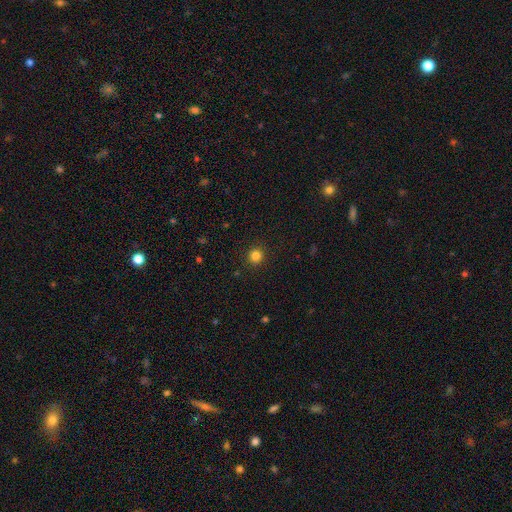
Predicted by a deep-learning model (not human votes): smooth_or_featured: smooth (p=0.83) [alt: star or artifact p=0.13]
how_rounded: round (p=0.94) [alt: in between p=0.05]
merging: none (p=0.92) [alt: minor disturbance p=0.05]